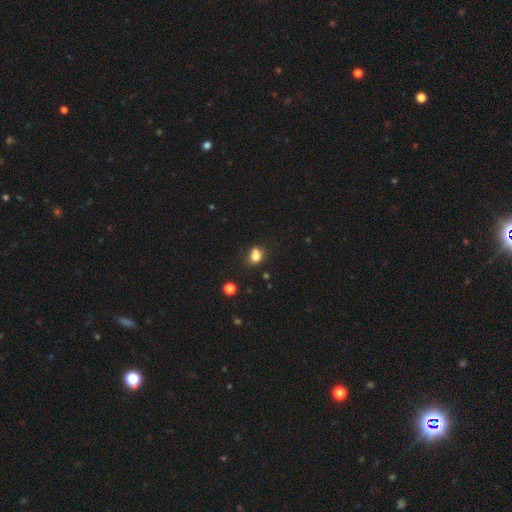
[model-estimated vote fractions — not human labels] The model was most divided on "merging": none: 44%, merger: 35%, minor disturbance: 15%, major disturbance: 6%. More confident: smooth or featured — smooth (76%); how rounded — round (58%).